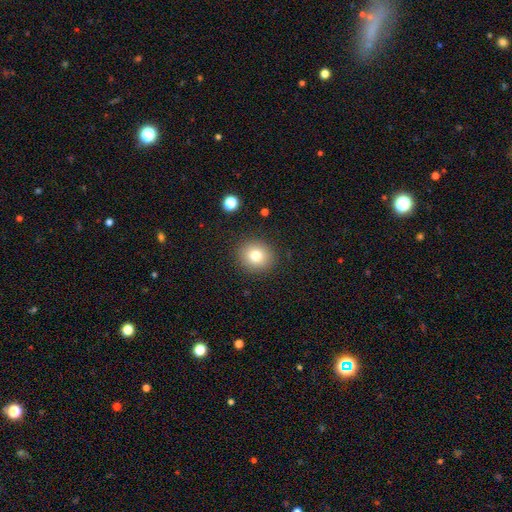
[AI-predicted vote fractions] Morphology: type=smooth (79%); roundness=round (83%); merging=none (89%).